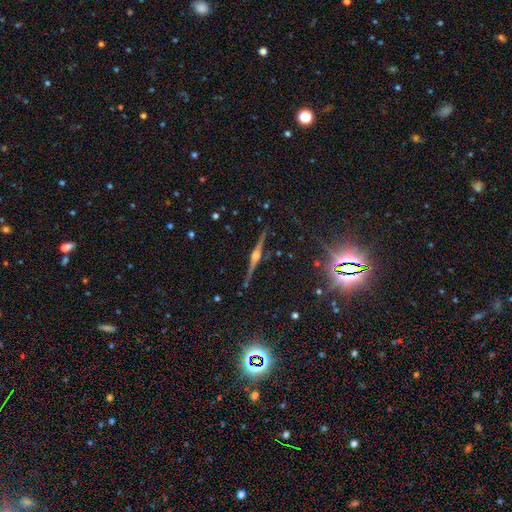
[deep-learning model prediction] smooth_or_featured: featured or disk (p=0.84) [alt: star or artifact p=0.08]
disk_edge_on: yes (p=0.98) [alt: no p=0.02]
edge_on_bulge: rounded (p=0.88) [alt: boxy p=0.09]
merging: none (p=0.89) [alt: minor disturbance p=0.07]